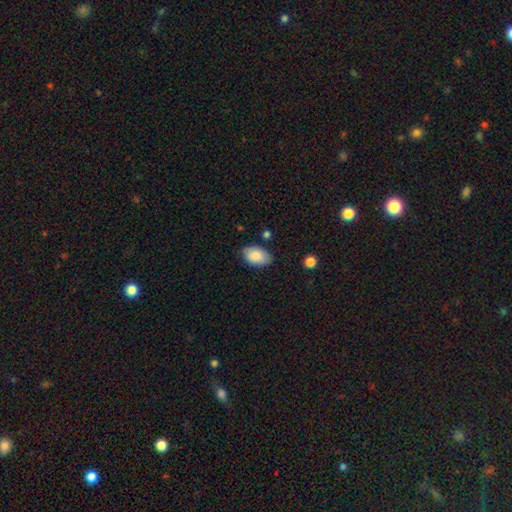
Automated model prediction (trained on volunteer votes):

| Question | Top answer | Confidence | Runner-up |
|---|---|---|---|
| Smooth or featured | smooth | 85% | featured or disk (9%) |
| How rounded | in between | 92% | round (7%) |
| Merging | none | 78% | minor disturbance (17%) |